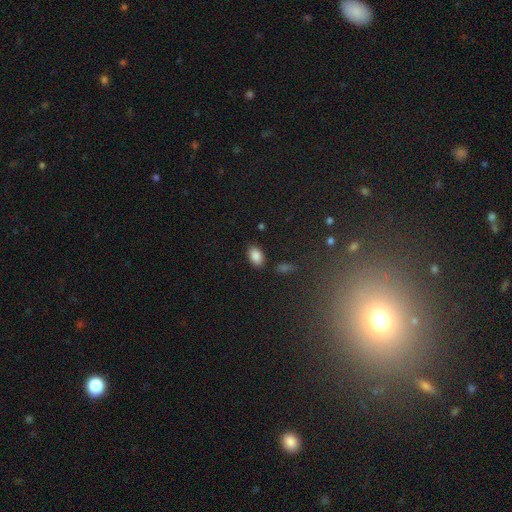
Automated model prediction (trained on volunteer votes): A smooth galaxy with no disk features (86%) that is in between round and cigar-shaped (90%).

Vote fractions:
- Smooth or featured? smooth: 86% / star or artifact: 9% / featured or disk: 5%
- How rounded? in between: 90% / round: 9% / cigar-shaped: 1%
- Merging? none: 85% / minor disturbance: 10% / merger: 2% / major disturbance: 2%